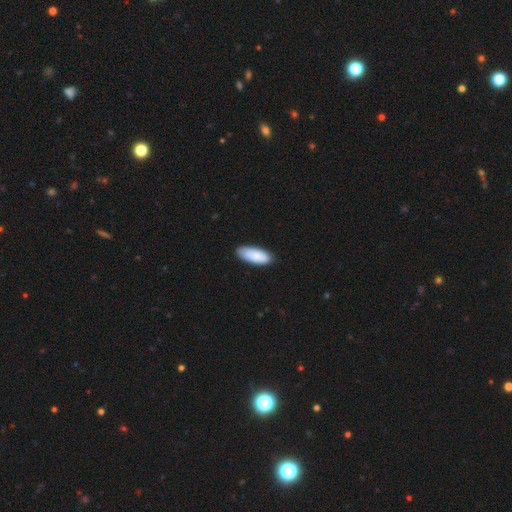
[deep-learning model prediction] A smooth galaxy with no disk features (86%) that is in between round and cigar-shaped (79%). Merging: none (84%).